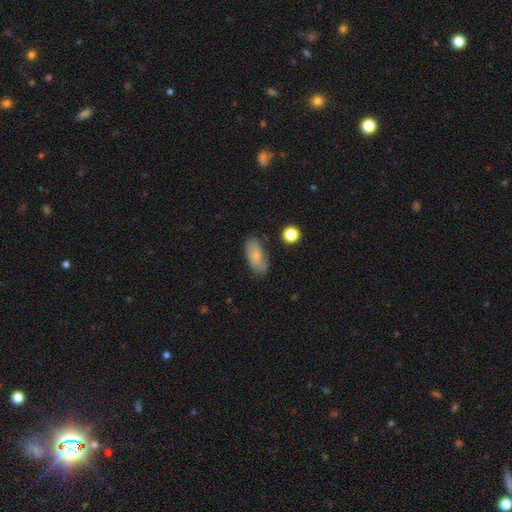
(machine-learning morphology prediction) smooth-or-featured: smooth: 65% | featured or disk: 27% | star or artifact: 8%
  how-rounded: in between: 90% | cigar-shaped: 6% | round: 5%
  merging: none: 71% | minor disturbance: 21% | major disturbance: 5% | merger: 2%